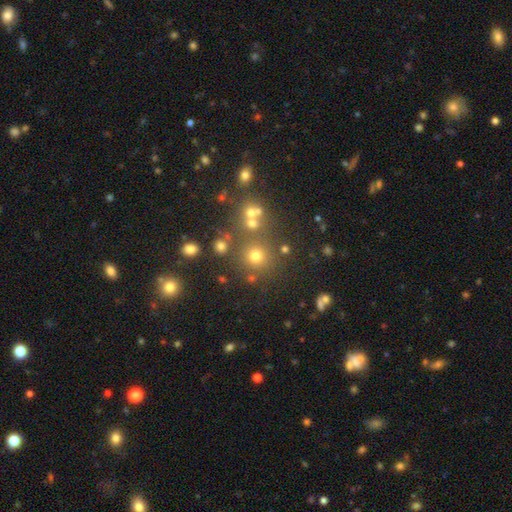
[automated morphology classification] Smooth or featured: smooth — 67% (star or artifact — 23%)
How rounded: round — 92% (in between — 7%)
Merging: none — 77% (merger — 11%)